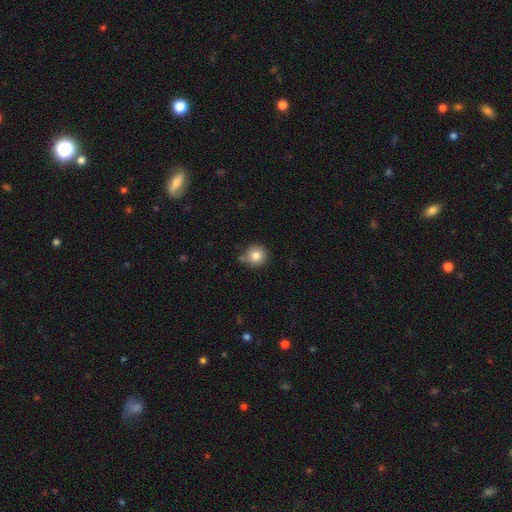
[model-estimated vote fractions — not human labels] A smooth galaxy with no disk features (83%) that is round (93%).

Vote fractions:
- Smooth or featured? smooth: 83% / star or artifact: 10% / featured or disk: 7%
- How rounded? round: 93% / in between: 6% / cigar-shaped: 1%
- Merging? none: 71% / minor disturbance: 17% / merger: 9% / major disturbance: 4%